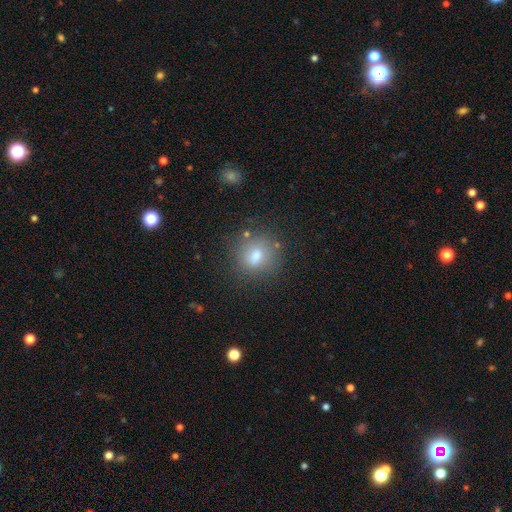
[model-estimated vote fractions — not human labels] Smooth or featured: smooth — 77% (star or artifact — 12%)
How rounded: round — 77% (in between — 21%)
Merging: none — 79% (minor disturbance — 13%)